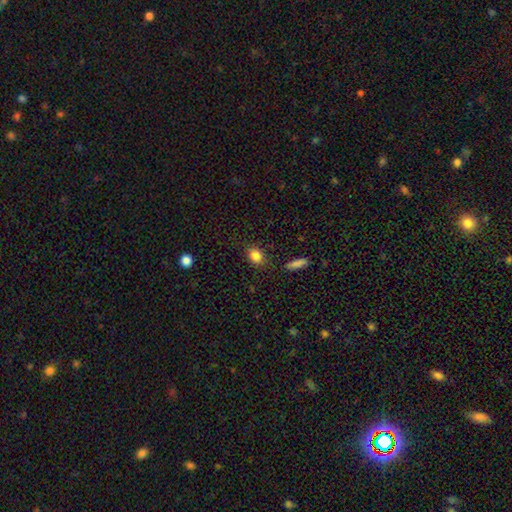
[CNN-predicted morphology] Smooth or featured?
  - smooth: 85% *
  - star or artifact: 10%
  - featured or disk: 6%
How rounded?
  - in between: 53% *
  - round: 45%
  - cigar-shaped: 2%
Merging?
  - none: 85% *
  - minor disturbance: 10%
  - major disturbance: 3%
  - merger: 2%